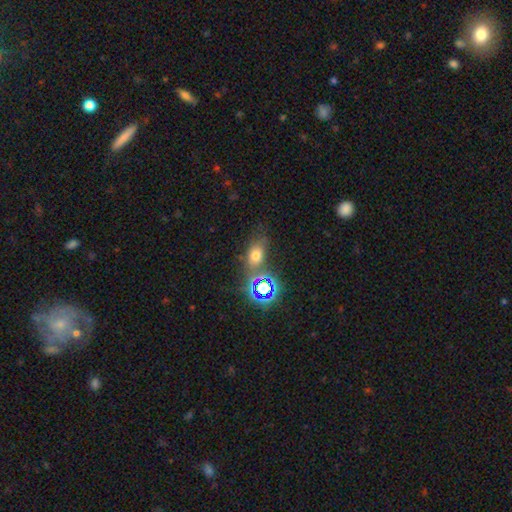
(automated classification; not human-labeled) smooth_or_featured: smooth (p=0.58) [alt: star or artifact p=0.30]
how_rounded: in between (p=0.71) [alt: round p=0.26]
merging: none (p=0.64) [alt: minor disturbance p=0.16]